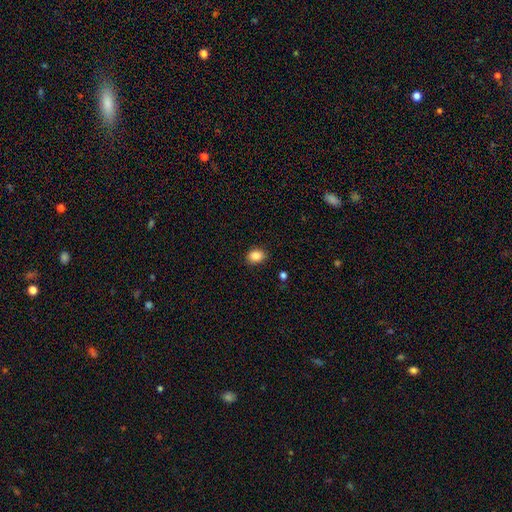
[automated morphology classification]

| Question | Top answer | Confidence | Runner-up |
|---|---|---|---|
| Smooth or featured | smooth | 87% | star or artifact (9%) |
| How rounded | in between | 59% | round (40%) |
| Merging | none | 87% | minor disturbance (9%) |